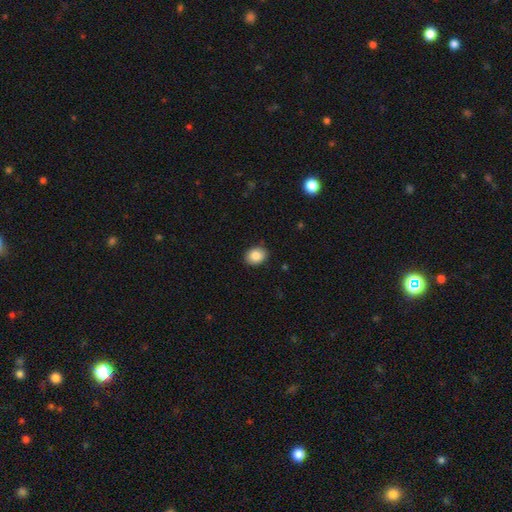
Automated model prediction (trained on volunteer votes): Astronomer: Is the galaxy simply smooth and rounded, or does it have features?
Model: smooth — 85%.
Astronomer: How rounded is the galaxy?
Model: in between — 51% (runner-up: round, 48%).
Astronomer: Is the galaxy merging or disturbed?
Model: none — 90%.